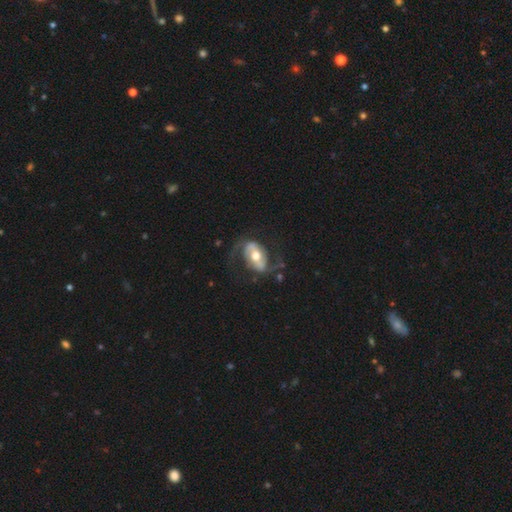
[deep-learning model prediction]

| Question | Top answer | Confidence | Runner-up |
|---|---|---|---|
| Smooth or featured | featured or disk | 79% | smooth (16%) |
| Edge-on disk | no | 95% | yes (5%) |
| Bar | strong | 40% | weak (32%) |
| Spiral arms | yes | 85% | no (15%) |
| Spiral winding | loose | 47% | medium (41%) |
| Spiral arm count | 2 | 91% | can't tell (4%) |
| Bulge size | moderate | 74% | large (12%) |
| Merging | none | 65% | major disturbance (17%) |